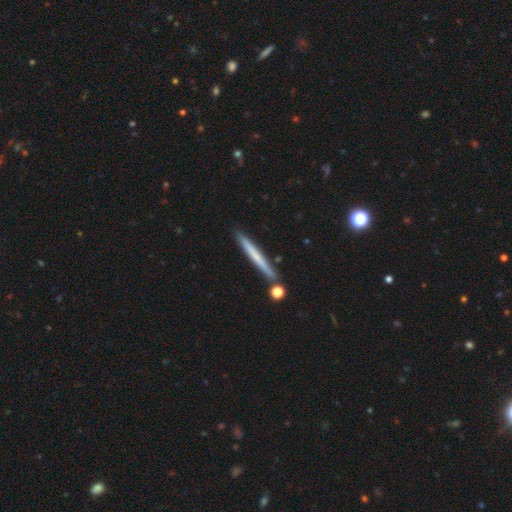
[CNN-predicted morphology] This is possibly a smooth galaxy (56%). How rounded: clearly cigar-shaped (97%). Merging: clearly none (86%).